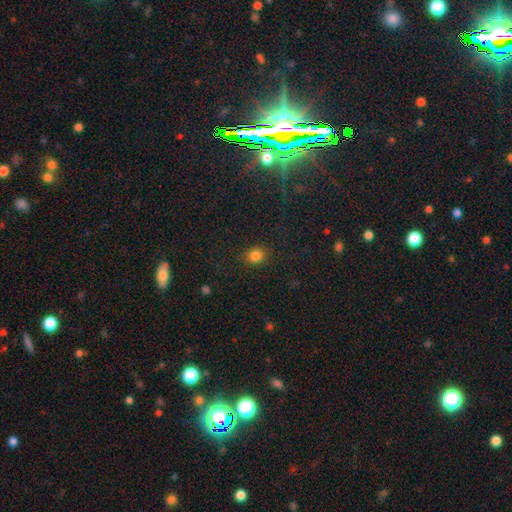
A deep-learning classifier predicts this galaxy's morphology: A smooth galaxy with no disk features (82%) that is round (71%).

Vote fractions:
- Smooth or featured? smooth: 82% / star or artifact: 13% / featured or disk: 5%
- How rounded? round: 71% / in between: 28% / cigar-shaped: 1%
- Merging? none: 86% / minor disturbance: 9% / major disturbance: 3% / merger: 1%